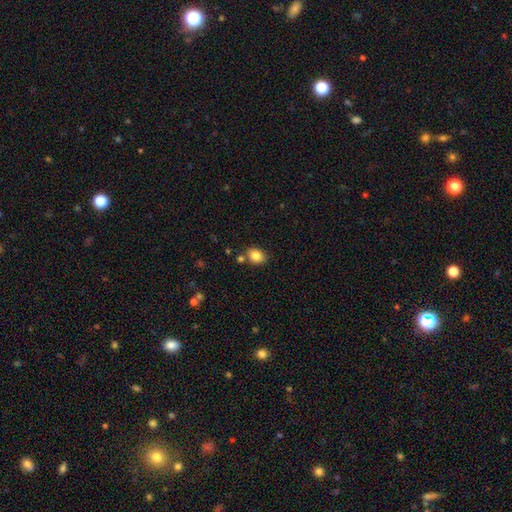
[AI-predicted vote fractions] Q: Smooth or featured?
A: smooth (83%); runner-up: star or artifact (10%)
Q: How rounded?
A: in between (52%); runner-up: round (47%)
Q: Merging?
A: none (78%); runner-up: minor disturbance (11%)